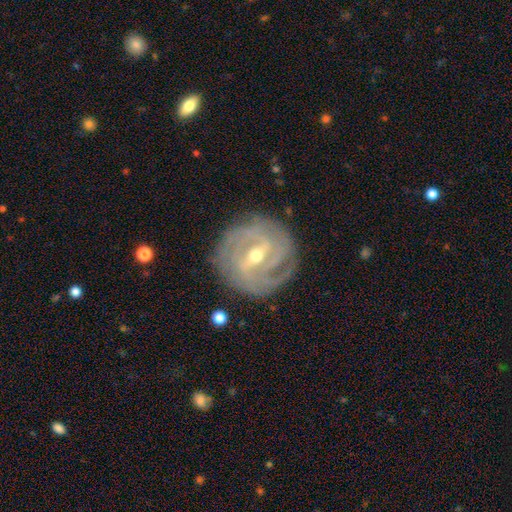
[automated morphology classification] A featured or disk galaxy (89%) with a strong bar (46%), 3 (28%) tight (71%) spiral arms (96%) and a moderate central bulge (50%).

Vote fractions:
- Smooth or featured? featured or disk: 89% / smooth: 6% / star or artifact: 5%
- Edge-on disk? no: 96% / yes: 4%
- Bar? strong: 46% / weak: 41% / no: 12%
- Spiral arms? yes: 96% / no: 4%
- Spiral winding? tight: 71% / medium: 24% / loose: 5%
- Spiral arm count? 3: 28% / can't tell: 23% / 2: 19% / 4: 18% / more than 4: 6% / 1: 5%
- Bulge size? moderate: 50% / small: 47% / large: 1% / none: 1% / dominant: 1%
- Merging? none: 82% / minor disturbance: 13% / major disturbance: 5% / merger: 1%